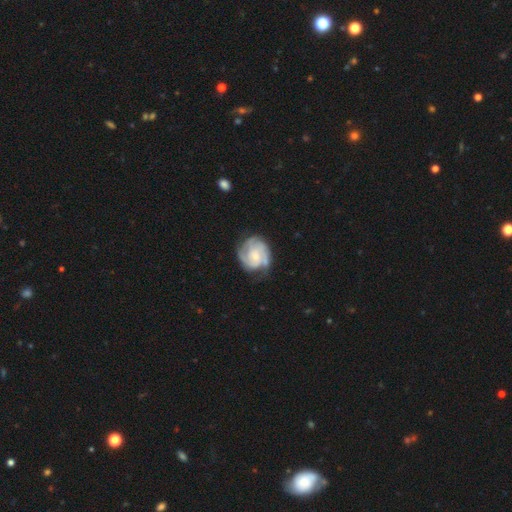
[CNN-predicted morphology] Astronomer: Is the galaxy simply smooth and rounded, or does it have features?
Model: featured or disk — 79%.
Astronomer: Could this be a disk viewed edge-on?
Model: no — 98%.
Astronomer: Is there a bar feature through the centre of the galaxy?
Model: no — 67%.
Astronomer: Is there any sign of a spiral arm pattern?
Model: yes — 94%.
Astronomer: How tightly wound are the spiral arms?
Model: tight — 55% (runner-up: medium, 35%).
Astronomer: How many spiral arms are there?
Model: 2 — 31% (runner-up: 3, 30%).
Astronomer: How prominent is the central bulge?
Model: small — 55% (runner-up: moderate, 31%).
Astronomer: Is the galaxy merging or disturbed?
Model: none — 62%.